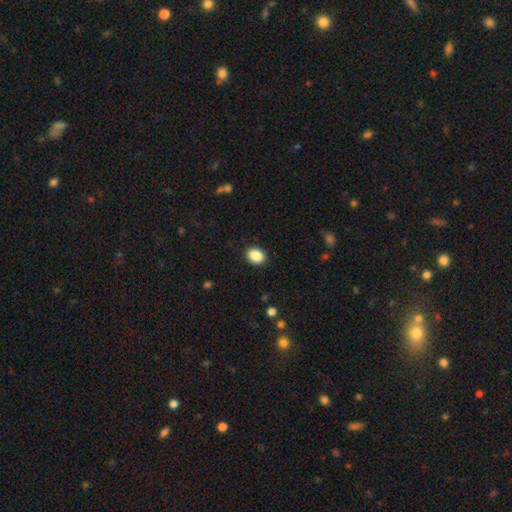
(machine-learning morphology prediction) Smooth or featured: smooth — 88% (star or artifact — 8%)
How rounded: in between — 56% (round — 43%)
Merging: none — 91% (minor disturbance — 6%)